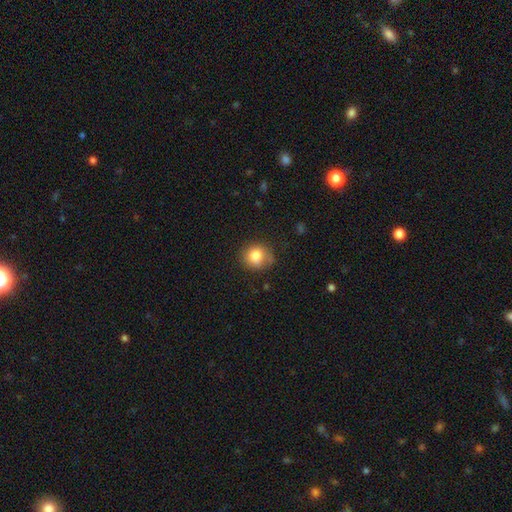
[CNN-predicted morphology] Smooth or featured? Predicted: smooth (p=0.81). How rounded? Predicted: round (p=0.84). Merging? Predicted: none (p=0.71).